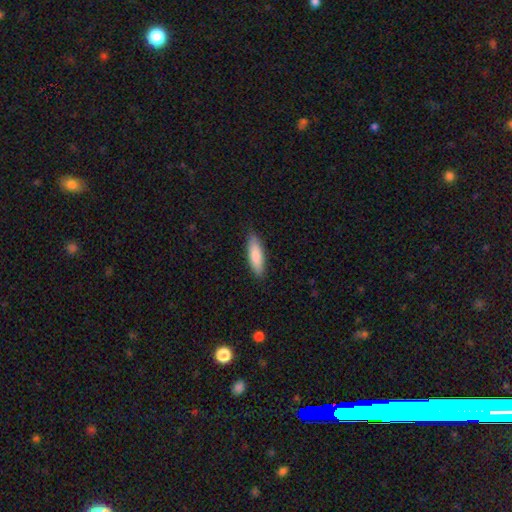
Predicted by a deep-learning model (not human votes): Smooth or featured? Predicted: smooth (p=0.84). How rounded? Predicted: cigar-shaped (p=0.56). Merging? Predicted: none (p=0.88).